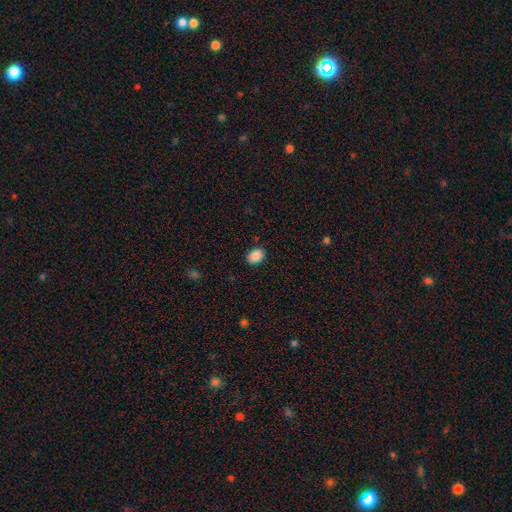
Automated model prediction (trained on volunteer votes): smooth-or-featured: smooth: 89% | star or artifact: 8% | featured or disk: 3%
  how-rounded: in between: 77% | round: 22% | cigar-shaped: 1%
  merging: none: 87% | minor disturbance: 10% | major disturbance: 2% | merger: 1%